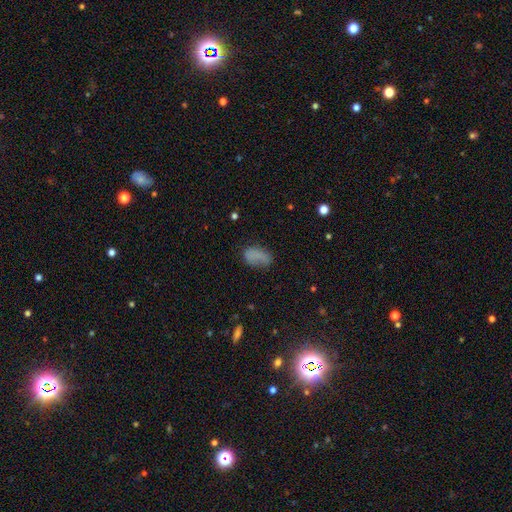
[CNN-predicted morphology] This appears to be a smooth galaxy with no disk features (77%) that is in between round and cigar-shaped (92%). Merging: none (57%).